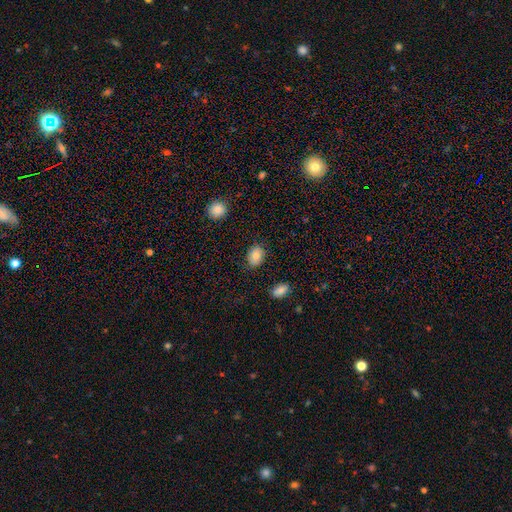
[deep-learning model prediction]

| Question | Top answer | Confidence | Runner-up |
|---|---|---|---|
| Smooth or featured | smooth | 80% | featured or disk (11%) |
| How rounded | in between | 67% | round (32%) |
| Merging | none | 83% | minor disturbance (13%) |